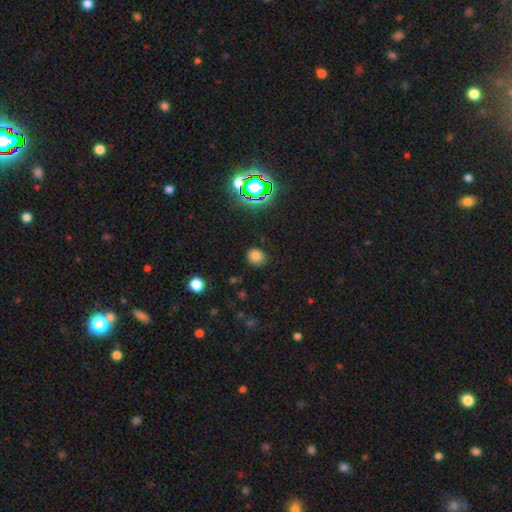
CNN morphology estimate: type=smooth (76%); roundness=round (76%); merging=none (79%).